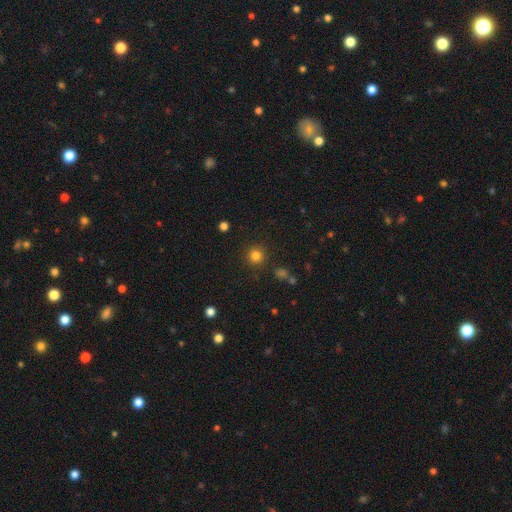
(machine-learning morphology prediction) A smooth galaxy with no disk features (80%) that is round (94%). Merging: none (89%).